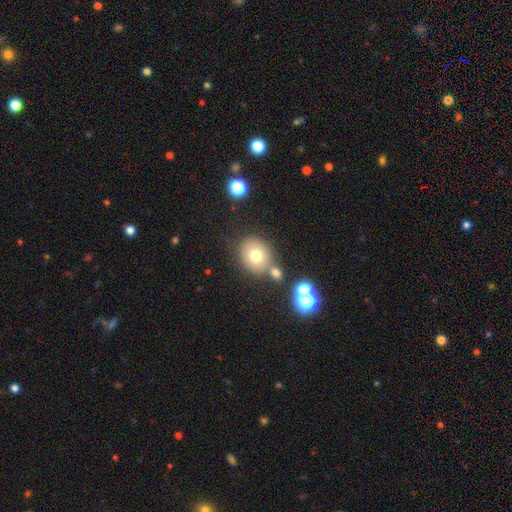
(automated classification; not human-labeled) Q: Smooth or featured?
A: smooth (72%); runner-up: featured or disk (14%)
Q: How rounded?
A: round (75%); runner-up: in between (24%)
Q: Merging?
A: none (67%); runner-up: merger (17%)